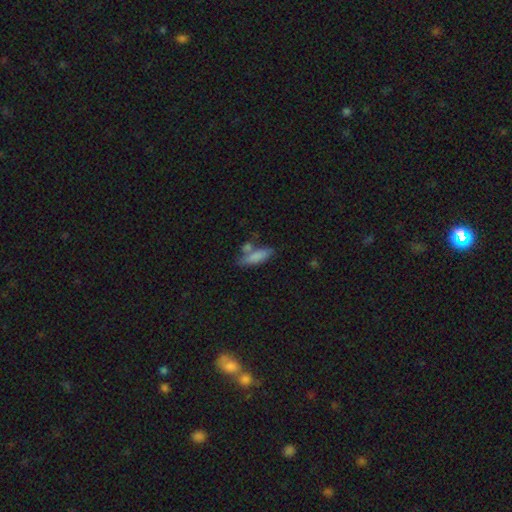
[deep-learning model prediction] Q: Smooth or featured?
A: smooth (79%); runner-up: featured or disk (13%)
Q: How rounded?
A: in between (51%); runner-up: cigar-shaped (46%)
Q: Merging?
A: none (53%); runner-up: merger (23%)